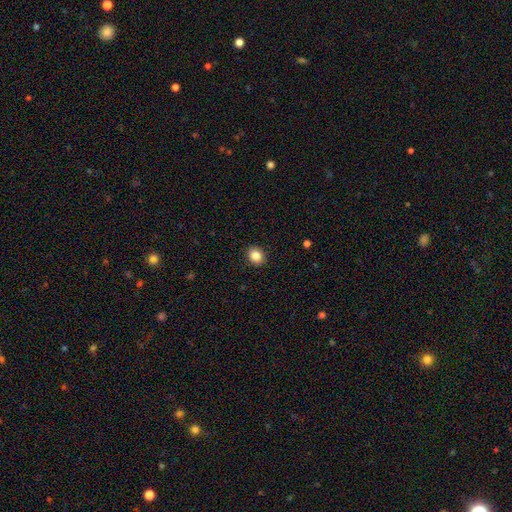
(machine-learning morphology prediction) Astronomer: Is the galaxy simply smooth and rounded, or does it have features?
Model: smooth — 86%.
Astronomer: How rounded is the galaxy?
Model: round — 59% (runner-up: in between, 40%).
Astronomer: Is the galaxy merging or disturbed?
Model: none — 91%.